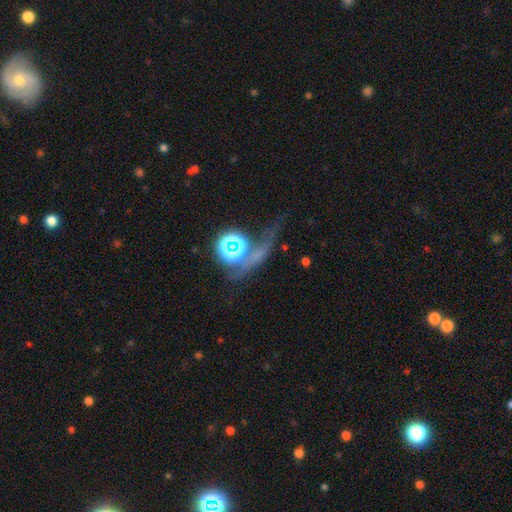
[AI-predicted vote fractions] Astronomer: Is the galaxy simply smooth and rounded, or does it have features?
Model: star or artifact — 49% (runner-up: smooth, 26%).